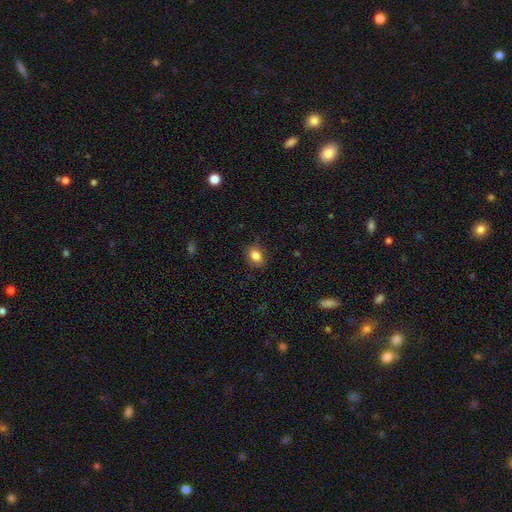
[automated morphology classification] Smooth or featured? smooth (84%)
How rounded? in between (59%)
Merging? none (85%)